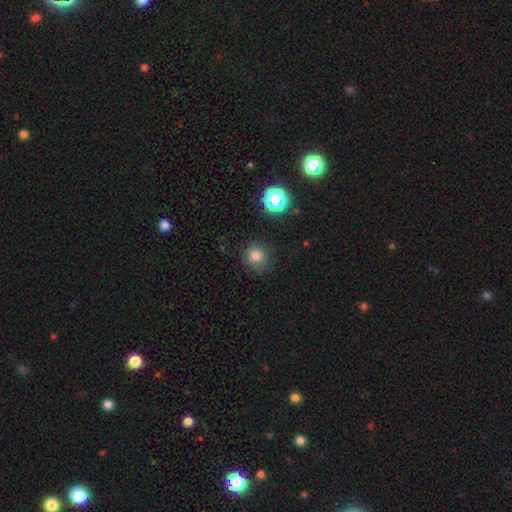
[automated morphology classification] Smooth or featured? Predicted: smooth (p=0.78). How rounded? Predicted: round (p=0.91). Merging? Predicted: none (p=0.83).